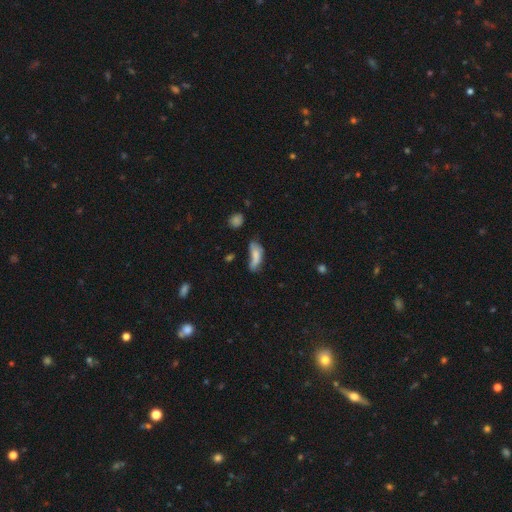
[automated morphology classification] A smooth galaxy with no disk features (65%) that is in between round and cigar-shaped (74%). Merging: minor disturbance (29%, tied with major disturbance).